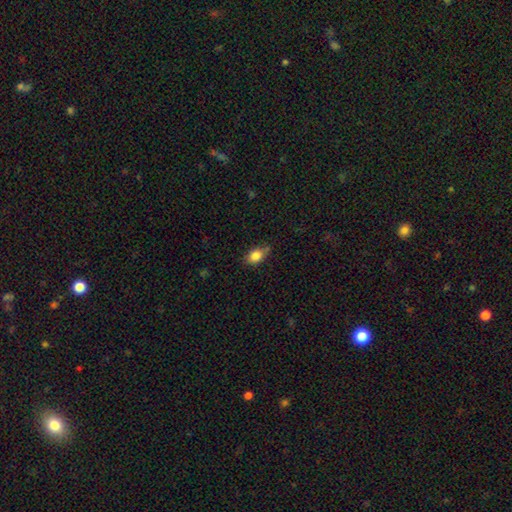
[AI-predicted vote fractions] A smooth galaxy with no disk features (85%) that is in between round and cigar-shaped (78%).

Vote fractions:
- Smooth or featured? smooth: 85% / star or artifact: 9% / featured or disk: 7%
- How rounded? in between: 78% / round: 20% / cigar-shaped: 2%
- Merging? none: 65% / minor disturbance: 26% / major disturbance: 5% / merger: 4%